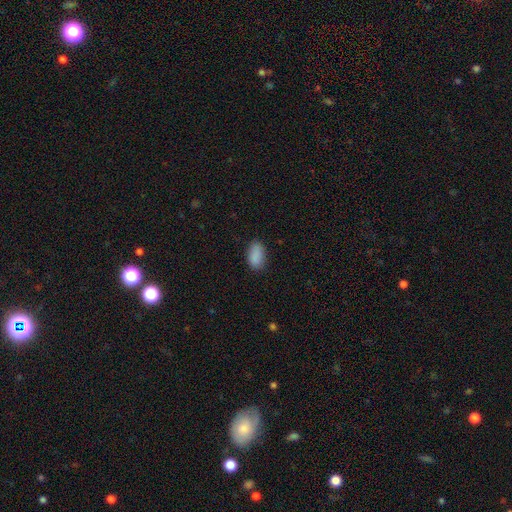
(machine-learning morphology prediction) type=smooth (89%); roundness=in between (93%); merging=none (82%).